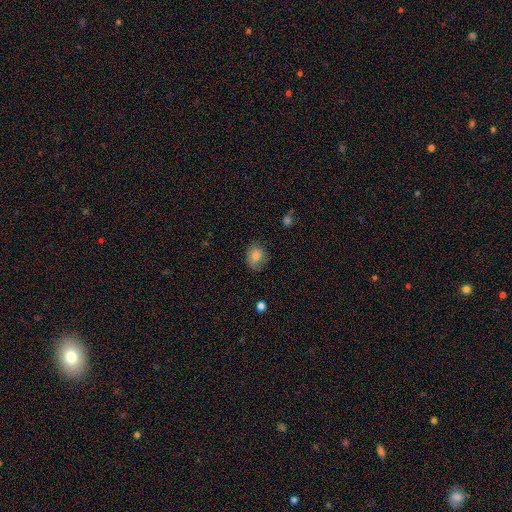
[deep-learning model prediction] Smooth or featured? smooth (80%)
How rounded? round (53%)
Merging? none (75%)